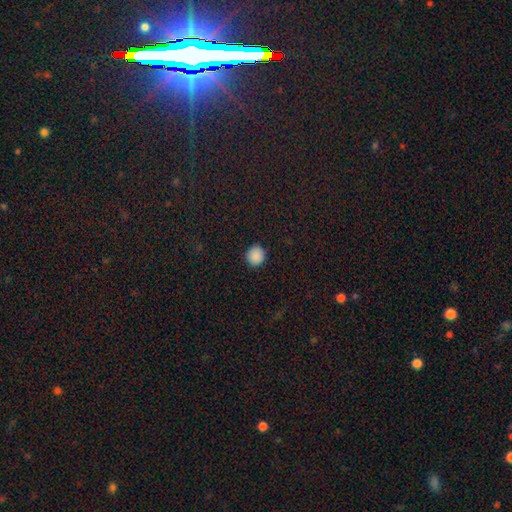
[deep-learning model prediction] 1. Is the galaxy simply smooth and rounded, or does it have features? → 88% smooth, 10% star or artifact, 3% featured or disk.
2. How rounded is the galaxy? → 92% round, 8% in between, 1% cigar-shaped.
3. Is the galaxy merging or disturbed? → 90% none, 7% minor disturbance, 2% major disturbance, 1% merger.